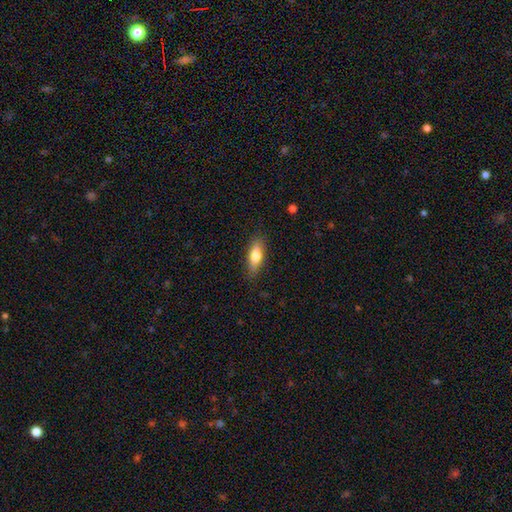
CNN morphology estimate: Smooth or featured? Predicted: smooth (p=0.74). How rounded? Predicted: in between (p=0.63). Merging? Predicted: none (p=0.84).